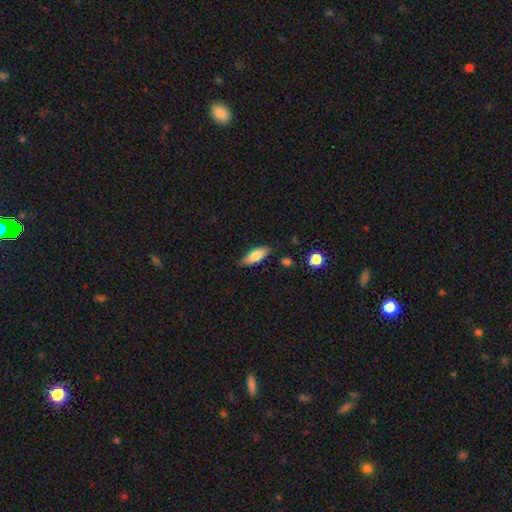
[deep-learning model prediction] This appears to be a smooth galaxy with no disk features (77%) that is in between round and cigar-shaped (74%). Merging: none (81%).